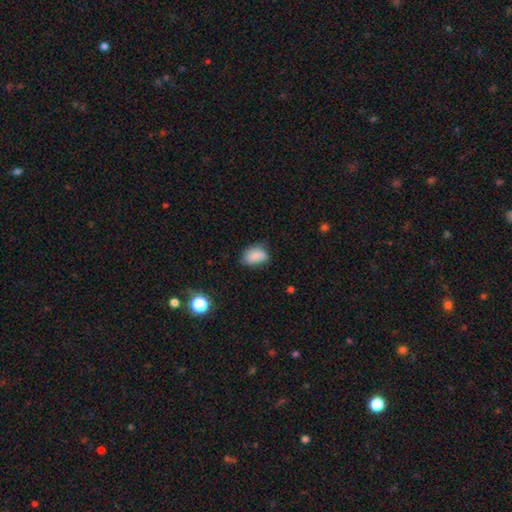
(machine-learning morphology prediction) Smooth or featured: smooth — 81% (featured or disk — 10%)
How rounded: in between — 83% (round — 15%)
Merging: none — 55% (minor disturbance — 35%)